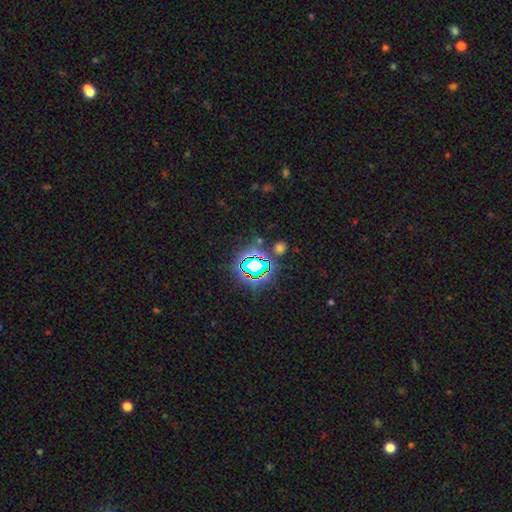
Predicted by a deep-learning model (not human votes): Smooth or featured? star or artifact (67%)